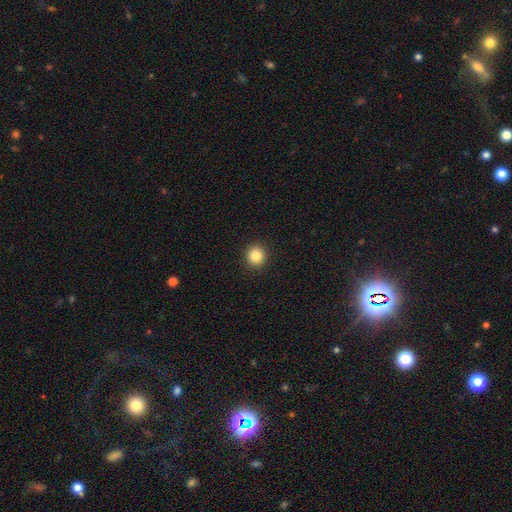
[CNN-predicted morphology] Smooth or featured? Predicted: smooth (p=0.85). How rounded? Predicted: round (p=0.90). Merging? Predicted: none (p=0.93).